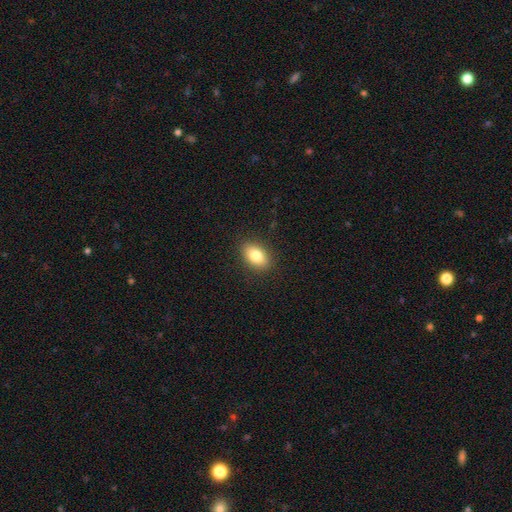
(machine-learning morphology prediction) Smooth or featured?
  - smooth: 83% *
  - featured or disk: 9%
  - star or artifact: 8%
How rounded?
  - in between: 86% *
  - round: 12%
  - cigar-shaped: 2%
Merging?
  - none: 88% *
  - minor disturbance: 8%
  - major disturbance: 2%
  - merger: 1%